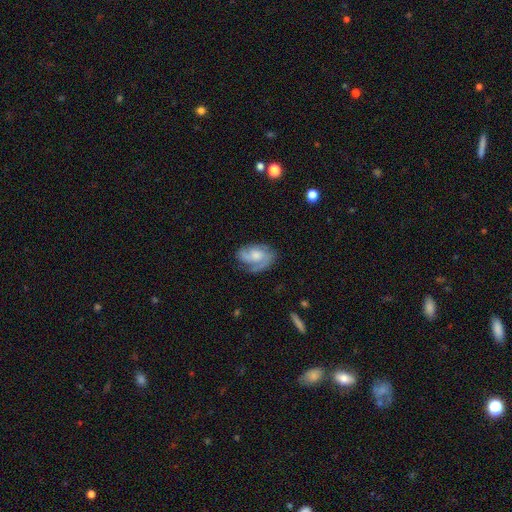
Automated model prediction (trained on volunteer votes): Smooth or featured?
  - featured or disk: 72% *
  - smooth: 22%
  - star or artifact: 7%
Edge-on disk?
  - no: 97% *
  - yes: 3%
Bar?
  - no: 67% *
  - weak: 28%
  - strong: 5%
Spiral arms?
  - yes: 92% *
  - no: 8%
Spiral winding?
  - medium: 45% *
  - tight: 36%
  - loose: 19%
Spiral arm count?
  - 2: 46% *
  - 3: 17%
  - can't tell: 17%
  - 1: 15%
  - 4: 3%
  - more than 4: 3%
Bulge size?
  - moderate: 47% *
  - small: 26%
  - large: 13%
  - none: 11%
  - dominant: 2%
Merging?
  - none: 64% *
  - minor disturbance: 22%
  - major disturbance: 12%
  - merger: 2%